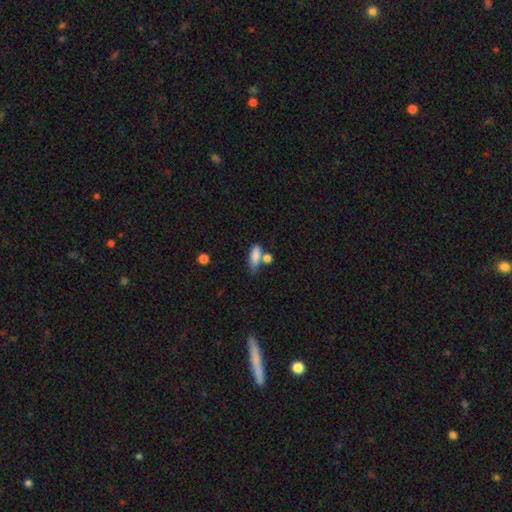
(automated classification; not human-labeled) A smooth galaxy with no disk features (82%) that is in between round and cigar-shaped (75%). Merging: none (41%).